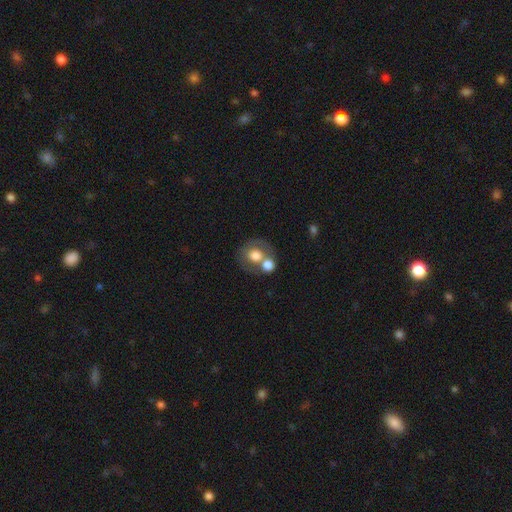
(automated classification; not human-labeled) The model was most divided on "merging": merger: 45%, none: 38%, minor disturbance: 10%, major disturbance: 6%. More confident: how rounded — round (73%); smooth or featured — smooth (64%).